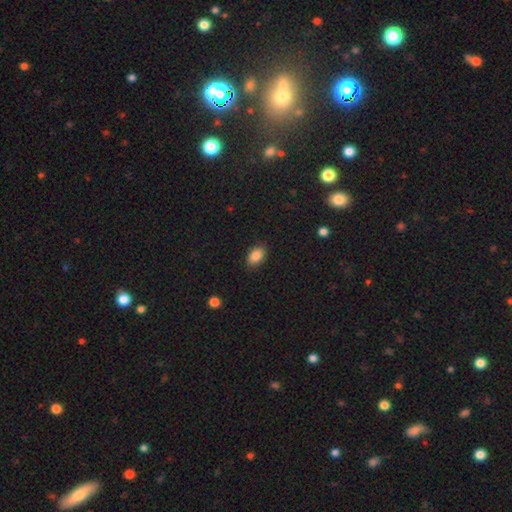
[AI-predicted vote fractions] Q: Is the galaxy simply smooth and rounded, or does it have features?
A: smooth — 87%.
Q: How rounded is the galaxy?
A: in between — 87%.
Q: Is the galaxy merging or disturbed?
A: none — 87%.